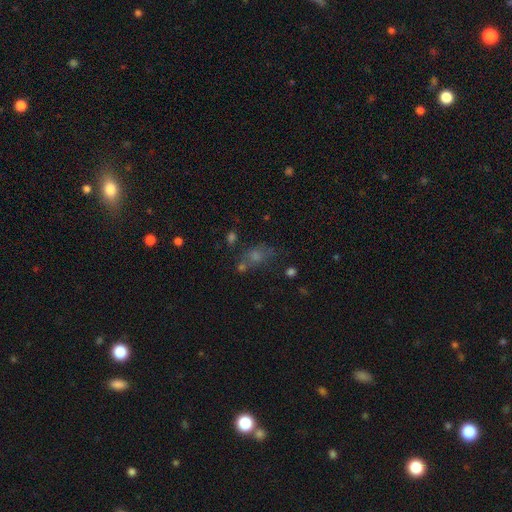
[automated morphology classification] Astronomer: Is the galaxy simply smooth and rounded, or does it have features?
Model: smooth — 45% (runner-up: star or artifact, 36%).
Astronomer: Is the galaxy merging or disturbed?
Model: none — 52%.